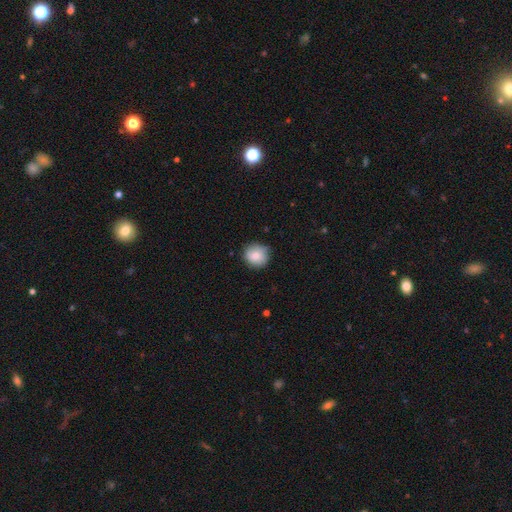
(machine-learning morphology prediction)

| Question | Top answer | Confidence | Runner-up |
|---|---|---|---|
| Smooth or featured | smooth | 82% | featured or disk (11%) |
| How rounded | round | 89% | in between (10%) |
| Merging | none | 77% | minor disturbance (19%) |